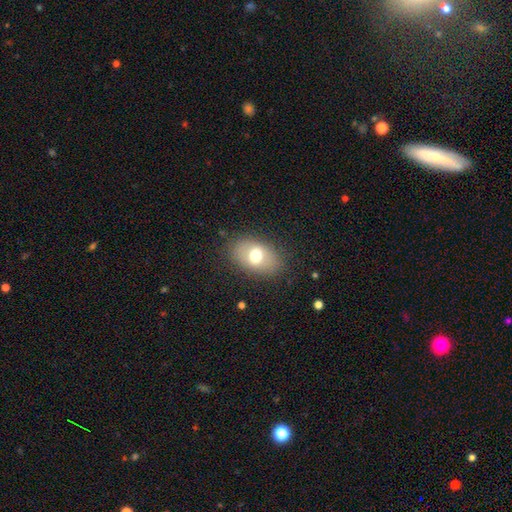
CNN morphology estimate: Smooth or featured? Predicted: smooth (p=0.67). How rounded? Predicted: in between (p=0.83). Merging? Predicted: none (p=0.82).